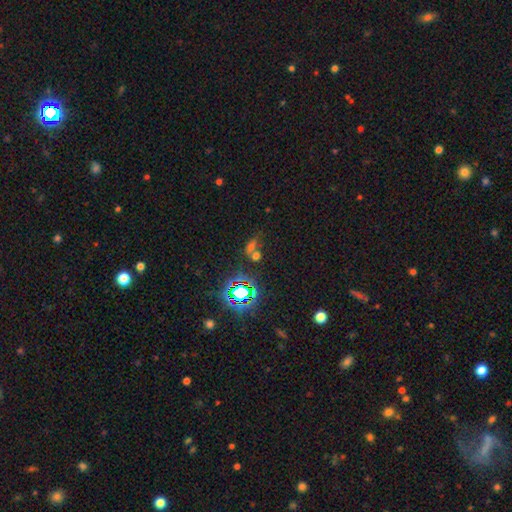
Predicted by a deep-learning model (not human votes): Smooth or featured: smooth — 45% (star or artifact — 44%)
Merging: merger — 45% (none — 38%)